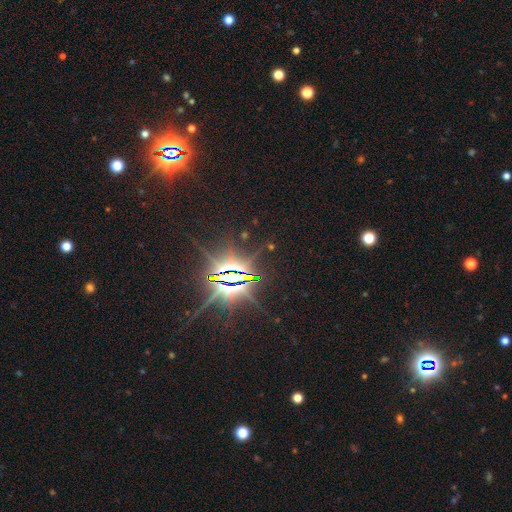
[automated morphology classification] type=star or artifact (85%).